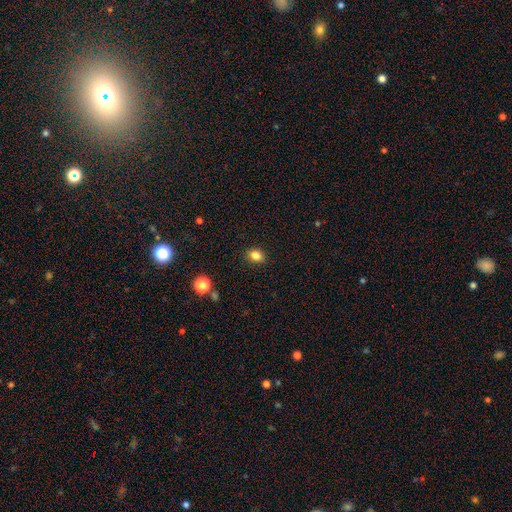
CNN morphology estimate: smooth 83%, star or artifact 12%, featured or disk 6%. Down the decision tree: how rounded — in between (52%); merging — none (89%).